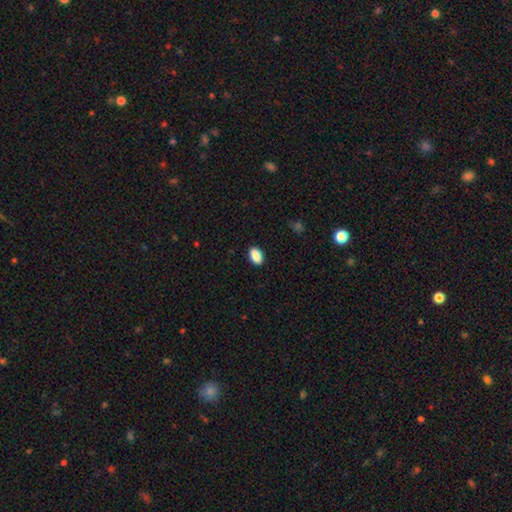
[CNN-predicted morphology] smooth 89%, star or artifact 7%, featured or disk 3%. Down the decision tree: how rounded — in between (90%); merging — none (90%).